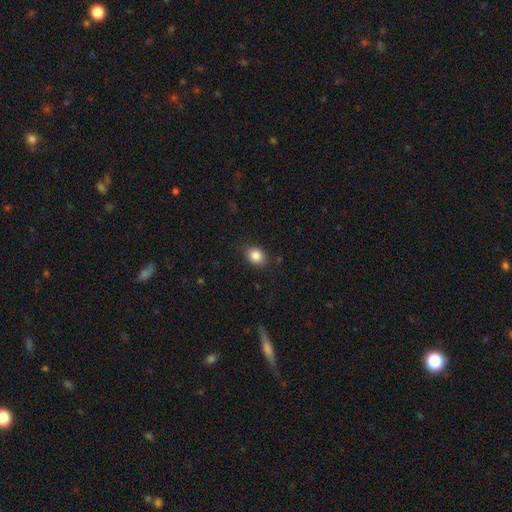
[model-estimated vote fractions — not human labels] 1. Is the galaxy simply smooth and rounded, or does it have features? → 85% smooth, 9% star or artifact, 6% featured or disk.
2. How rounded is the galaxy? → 59% in between, 40% round, 1% cigar-shaped.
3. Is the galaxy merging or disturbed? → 84% none, 12% minor disturbance, 3% major disturbance, 1% merger.